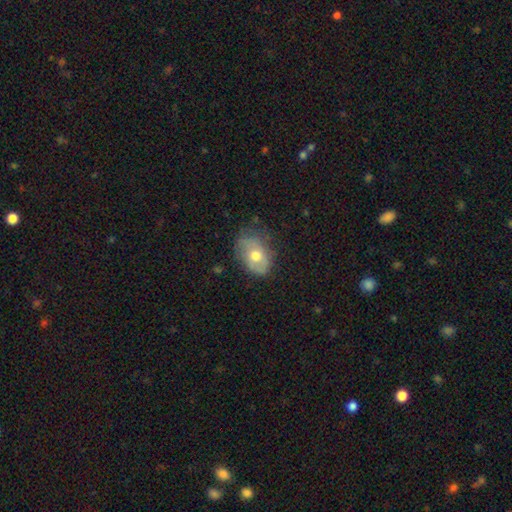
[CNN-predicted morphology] Smooth or featured?
  - smooth: 58% *
  - featured or disk: 34%
  - star or artifact: 8%
How rounded?
  - in between: 76% *
  - round: 22%
  - cigar-shaped: 1%
Merging?
  - none: 58% *
  - minor disturbance: 30%
  - major disturbance: 10%
  - merger: 2%